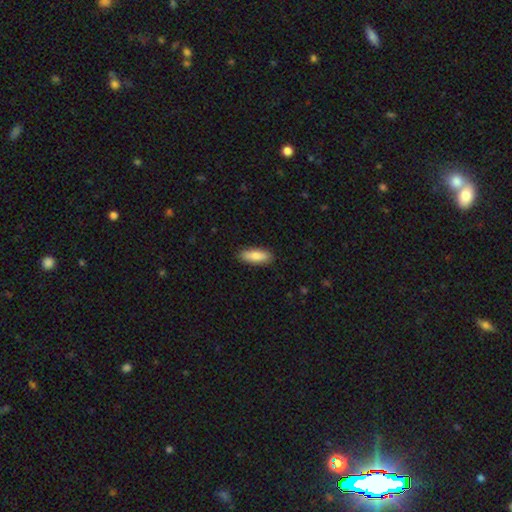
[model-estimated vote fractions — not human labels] A smooth galaxy with no disk features (82%) that is in between round and cigar-shaped (64%).

Vote fractions:
- Smooth or featured? smooth: 82% / featured or disk: 12% / star or artifact: 6%
- How rounded? in between: 64% / cigar-shaped: 34% / round: 2%
- Merging? none: 89% / minor disturbance: 9% / major disturbance: 2% / merger: 1%